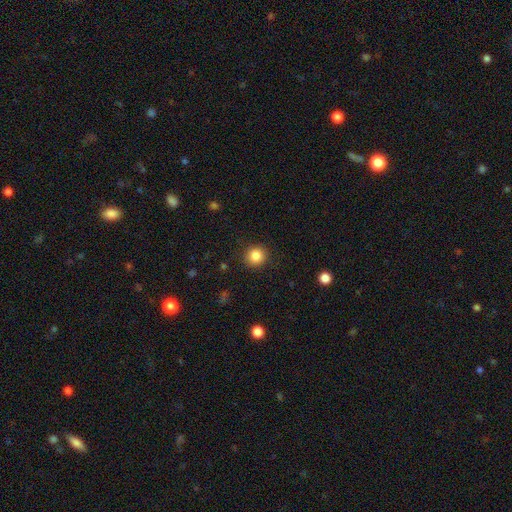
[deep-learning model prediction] The model was most divided on "smooth or featured": smooth: 85%, star or artifact: 11%, featured or disk: 5%. More confident: how rounded — round (90%); merging — none (90%).